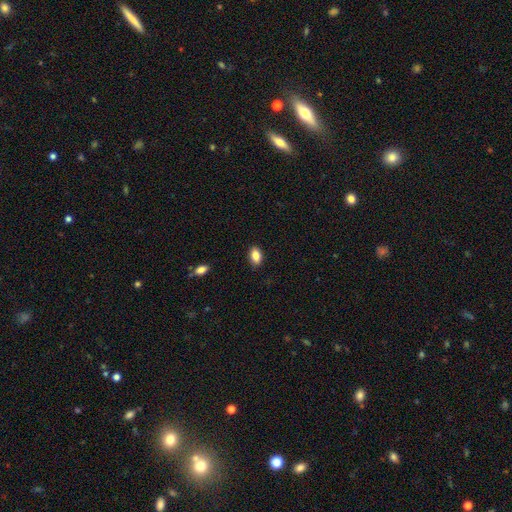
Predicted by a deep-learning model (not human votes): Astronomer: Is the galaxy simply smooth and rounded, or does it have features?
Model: smooth — 85%.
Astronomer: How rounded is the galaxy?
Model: in between — 88%.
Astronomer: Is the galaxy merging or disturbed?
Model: none — 88%.